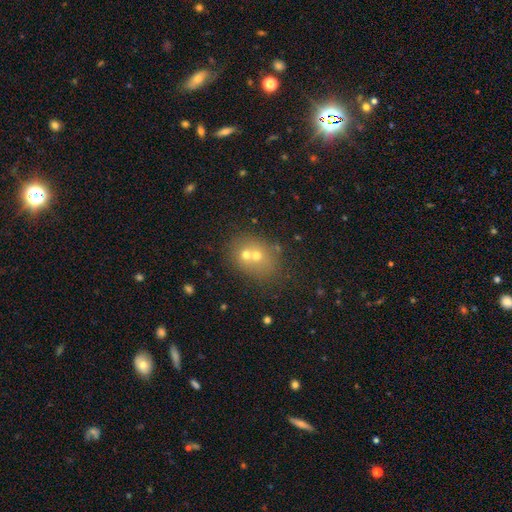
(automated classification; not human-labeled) The model was most divided on "merging": merger: 54%, none: 35%, minor disturbance: 7%, major disturbance: 4%. More confident: how rounded — round (64%); smooth or featured — smooth (56%).